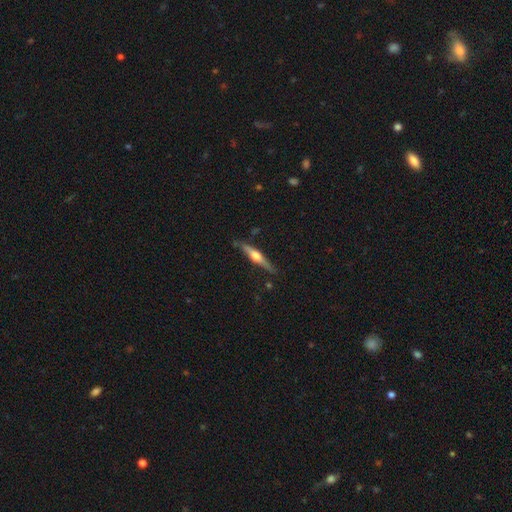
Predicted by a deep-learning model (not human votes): Smooth or featured? featured or disk (70%)
Edge-on disk? yes (97%)
Edge-on bulge? rounded (91%)
Merging? none (83%)